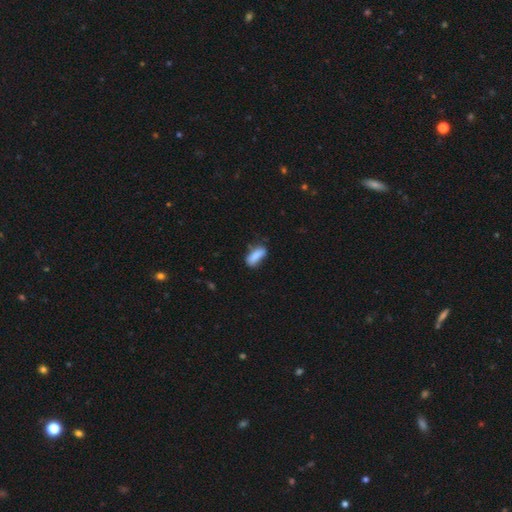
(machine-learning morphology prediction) A smooth galaxy with no disk features (84%) that is in between round and cigar-shaped (71%).

Vote fractions:
- Smooth or featured? smooth: 84% / featured or disk: 8% / star or artifact: 8%
- How rounded? in between: 71% / cigar-shaped: 26% / round: 3%
- Merging? none: 59% / minor disturbance: 30% / major disturbance: 8% / merger: 4%